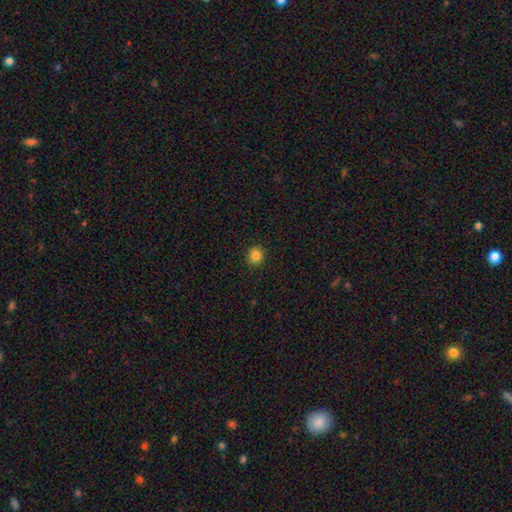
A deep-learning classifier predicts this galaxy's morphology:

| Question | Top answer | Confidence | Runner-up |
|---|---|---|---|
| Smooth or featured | smooth | 85% | star or artifact (11%) |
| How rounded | round | 83% | in between (16%) |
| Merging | none | 91% | minor disturbance (7%) |